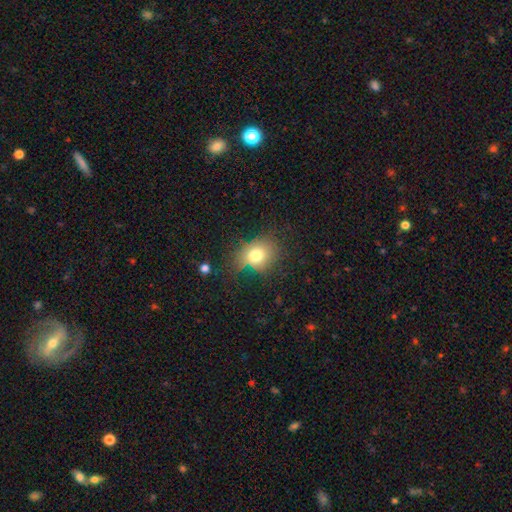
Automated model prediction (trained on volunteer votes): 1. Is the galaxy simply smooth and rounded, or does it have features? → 75% smooth, 14% star or artifact, 12% featured or disk.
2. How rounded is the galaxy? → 56% round, 43% in between, 1% cigar-shaped.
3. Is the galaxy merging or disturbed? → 67% none, 23% minor disturbance, 7% major disturbance, 2% merger.